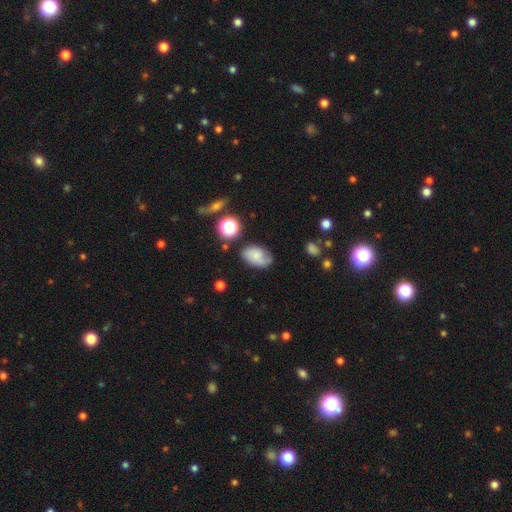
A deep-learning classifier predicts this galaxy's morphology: The model was most divided on "smooth or featured": smooth: 61%, featured or disk: 28%, star or artifact: 11%. More confident: how rounded — in between (85%); merging — none (63%).